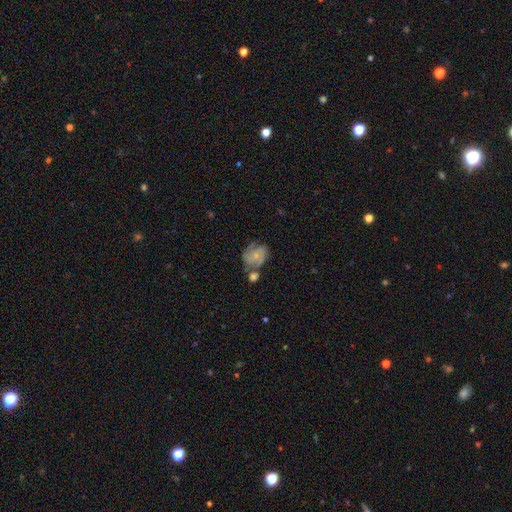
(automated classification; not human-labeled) featured or disk 65%, smooth 27%, star or artifact 8%. Down the decision tree: edge-on disk — no (98%); bar — no (74%); spiral arms — yes (88%); spiral arm count — 2 (40%); spiral winding — medium (45%); bulge size — small (72%); merging — none (45%).